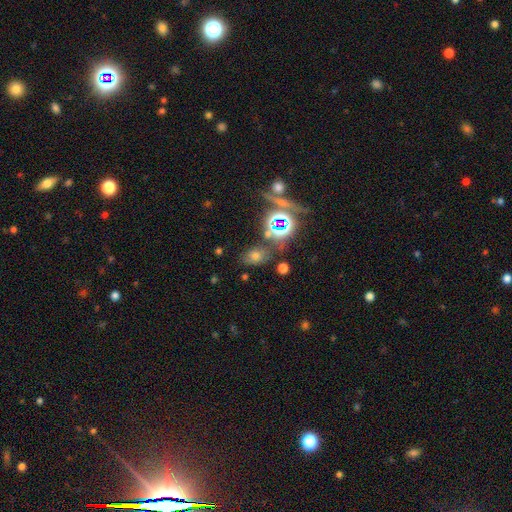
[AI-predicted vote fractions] The model was most divided on "smooth or featured": smooth: 47%, star or artifact: 40%, featured or disk: 13%. More confident: merging — none (75%).